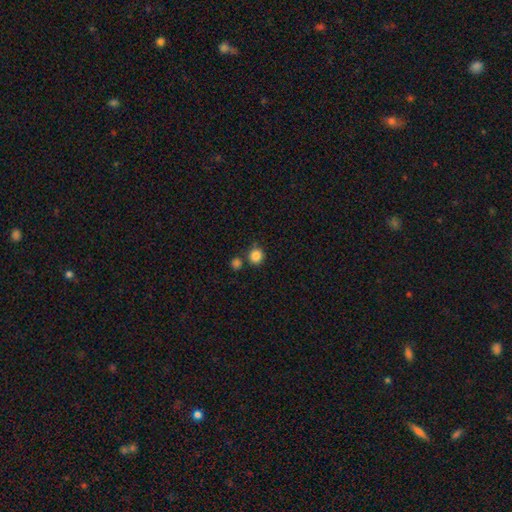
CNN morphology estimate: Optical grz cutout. It shows a smooth galaxy with no disk features (85%) that is round (91%). Merging: none (74%).